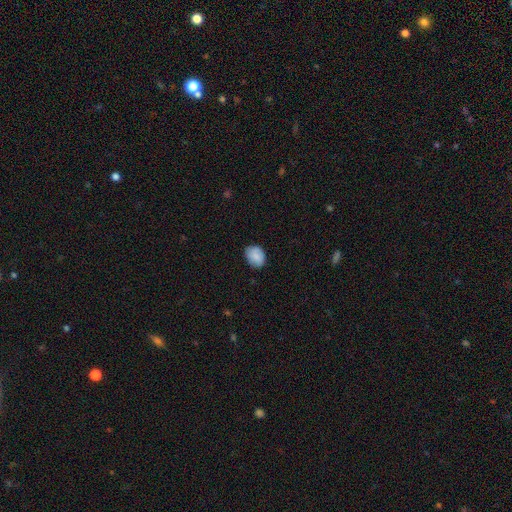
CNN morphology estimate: smooth_or_featured: smooth (p=0.82) [alt: featured or disk p=0.11]
how_rounded: in between (p=0.61) [alt: round p=0.38]
merging: none (p=0.74) [alt: minor disturbance p=0.21]